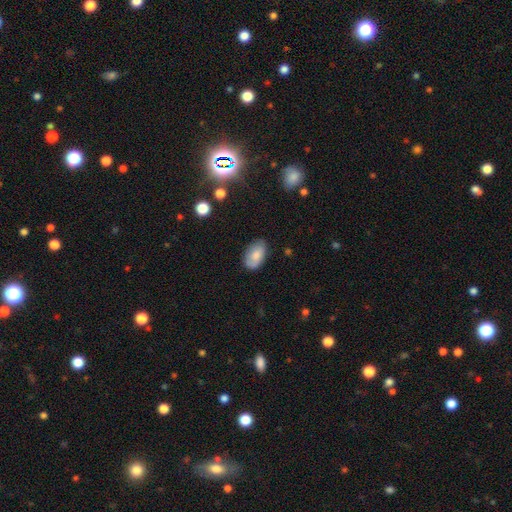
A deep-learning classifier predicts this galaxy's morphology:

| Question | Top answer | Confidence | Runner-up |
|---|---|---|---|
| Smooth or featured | smooth | 79% | featured or disk (14%) |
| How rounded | in between | 93% | round (6%) |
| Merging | none | 76% | minor disturbance (19%) |